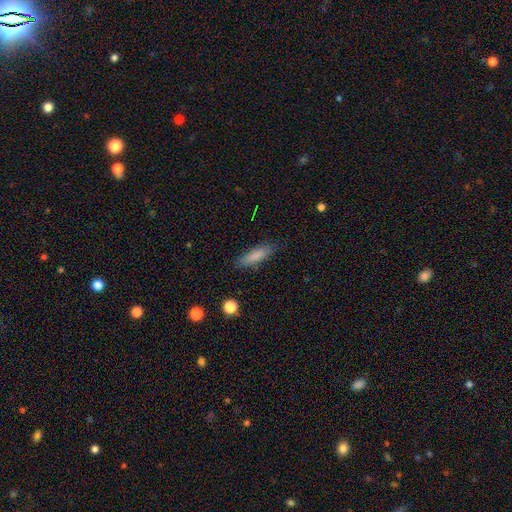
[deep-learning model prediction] Overall: smooth (82%). How rounded: cigar-shaped (67%; in between 31%). Merging: none (84%).